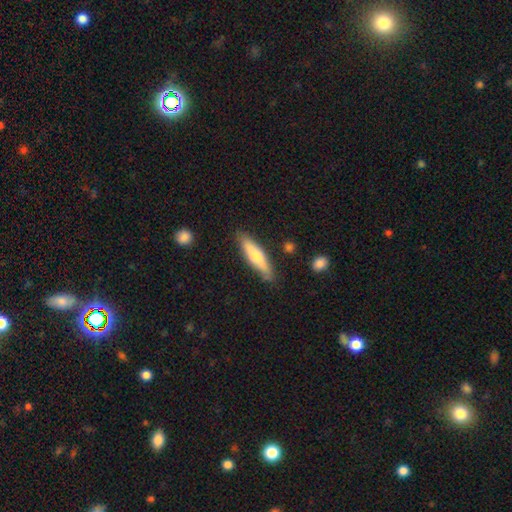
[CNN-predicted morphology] This is possibly a smooth galaxy (56%). How rounded: likely cigar-shaped (76%). Merging: clearly none (84%).